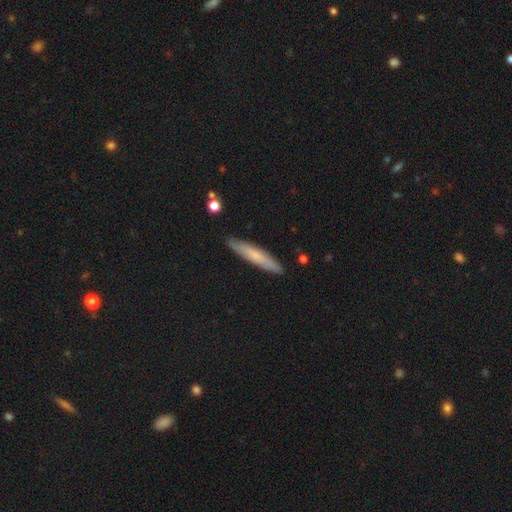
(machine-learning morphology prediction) This appears to be a smooth galaxy with no disk features (64%) that is cigar-shaped (90%). Merging: none (88%).